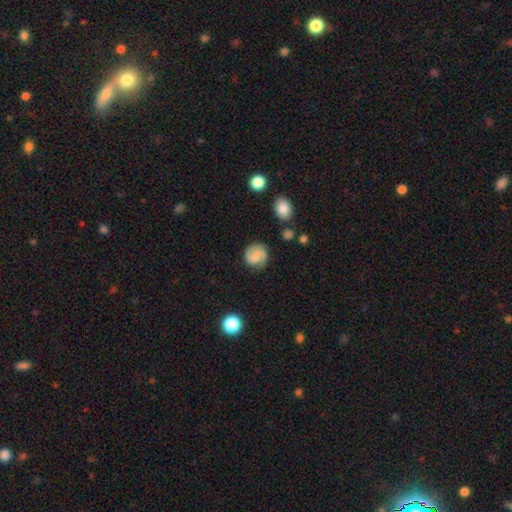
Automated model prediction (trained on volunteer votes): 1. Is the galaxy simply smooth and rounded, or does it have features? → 53% featured or disk, 38% smooth, 9% star or artifact.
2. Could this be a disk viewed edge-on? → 98% no, 2% yes.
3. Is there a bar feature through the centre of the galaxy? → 50% no, 40% weak, 10% strong.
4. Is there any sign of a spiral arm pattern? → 93% yes, 7% no.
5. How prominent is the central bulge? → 51% none, 28% small, 16% moderate, 4% large, 2% dominant.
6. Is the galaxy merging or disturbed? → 78% none, 14% minor disturbance, 5% major disturbance, 2% merger.